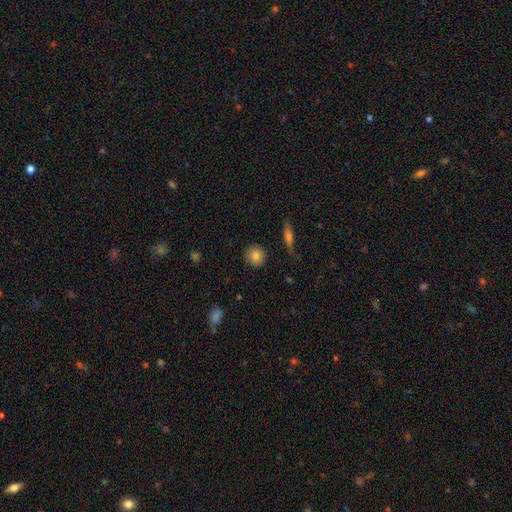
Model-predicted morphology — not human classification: Q: Smooth or featured?
A: smooth (81%); runner-up: featured or disk (11%)
Q: How rounded?
A: round (88%); runner-up: in between (10%)
Q: Merging?
A: none (87%); runner-up: minor disturbance (9%)